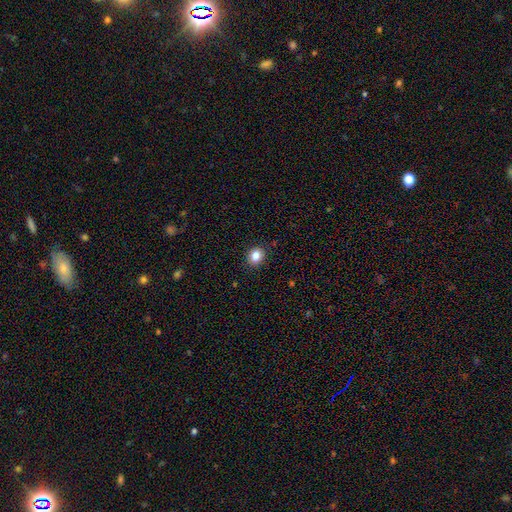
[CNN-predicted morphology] Smooth or featured?
  - smooth: 85% *
  - star or artifact: 10%
  - featured or disk: 5%
How rounded?
  - round: 59% *
  - in between: 40%
  - cigar-shaped: 1%
Merging?
  - none: 90% *
  - minor disturbance: 7%
  - major disturbance: 2%
  - merger: 1%